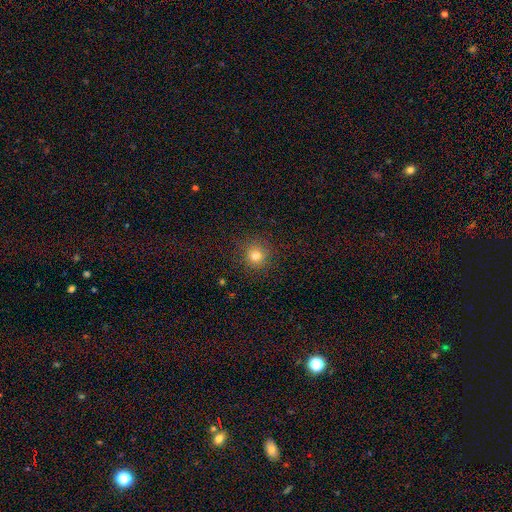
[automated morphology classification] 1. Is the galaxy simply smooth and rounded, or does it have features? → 79% smooth, 14% star or artifact, 6% featured or disk.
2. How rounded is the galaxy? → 92% round, 7% in between, 1% cigar-shaped.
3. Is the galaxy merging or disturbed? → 89% none, 7% minor disturbance, 3% major disturbance, 1% merger.